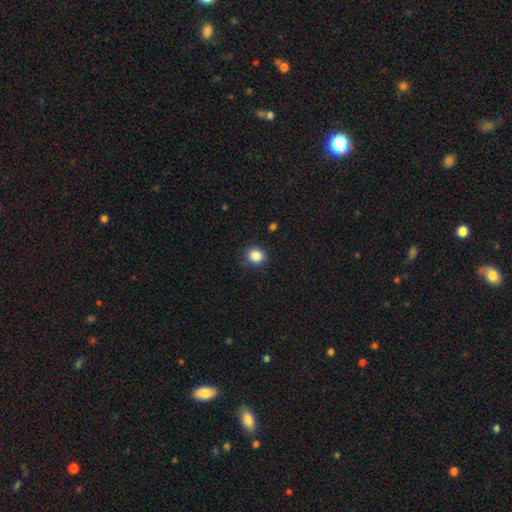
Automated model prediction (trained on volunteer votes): Morphology: type=smooth (87%); roundness=round (81%); merging=none (86%).